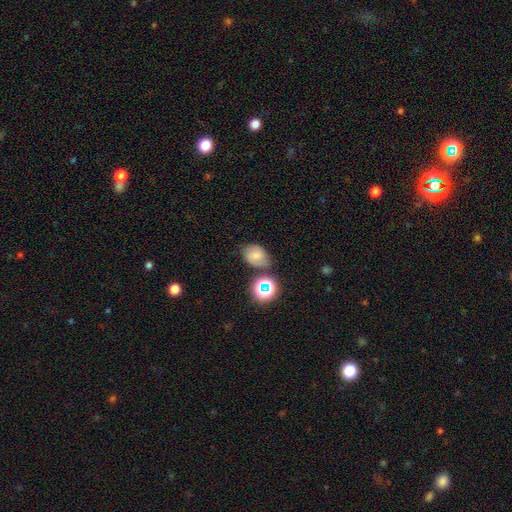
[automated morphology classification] Smooth or featured? Predicted: smooth (p=0.63). How rounded? Predicted: in between (p=0.64). Merging? Predicted: none (p=0.67).